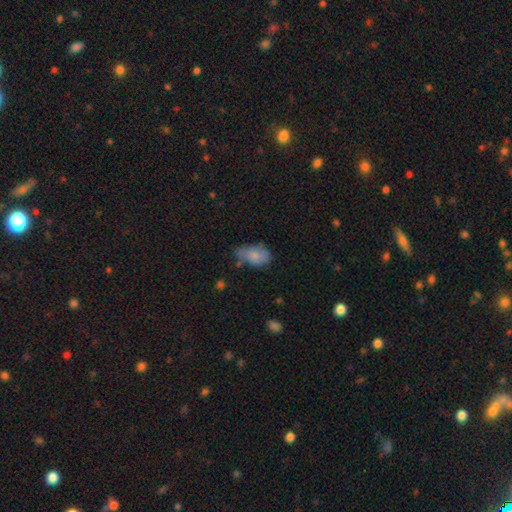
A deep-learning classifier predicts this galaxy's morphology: The model was most divided on "merging": none: 42%, minor disturbance: 38%, major disturbance: 14%, merger: 6%. More confident: how rounded — in between (89%); smooth or featured — smooth (77%).